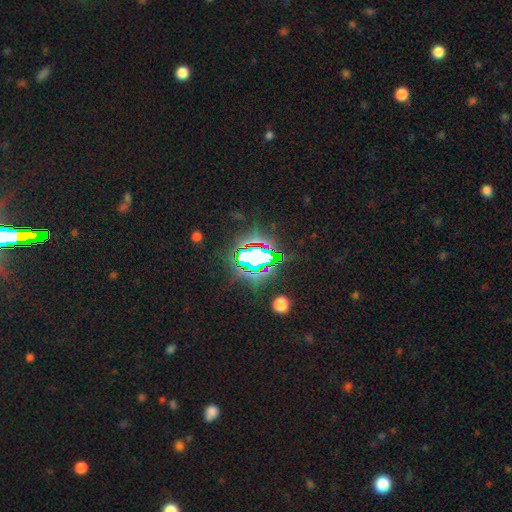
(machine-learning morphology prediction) smooth-or-featured: star or artifact: 71% | smooth: 16% | featured or disk: 13%